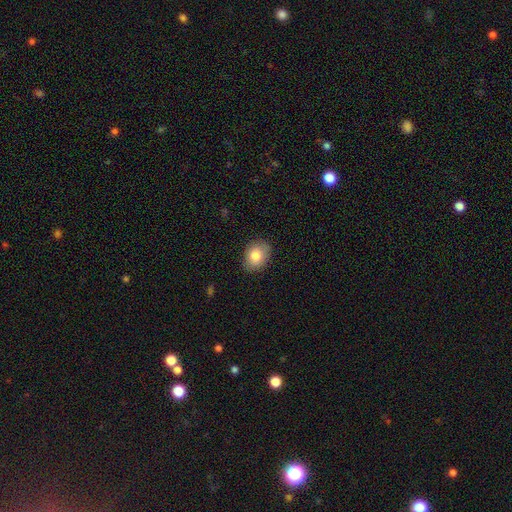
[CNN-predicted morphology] smooth_or_featured: smooth (p=0.84) [alt: featured or disk p=0.08]
how_rounded: in between (p=0.66) [alt: round p=0.33]
merging: none (p=0.84) [alt: minor disturbance p=0.12]